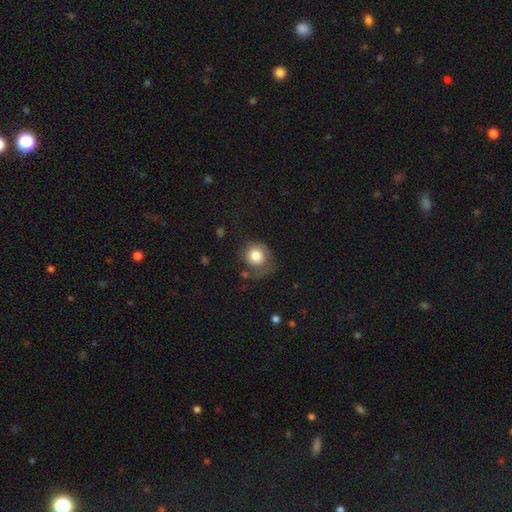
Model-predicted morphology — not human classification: Smooth or featured? Predicted: smooth (p=0.77). How rounded? Predicted: round (p=0.83). Merging? Predicted: none (p=0.46).